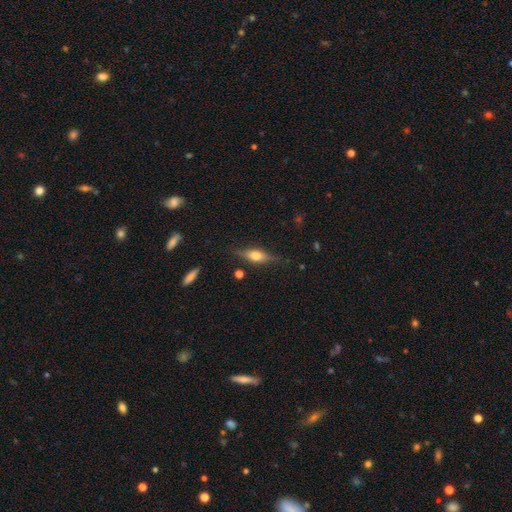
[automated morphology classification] A featured or disk galaxy (48%).

Vote fractions:
- Smooth or featured? featured or disk: 48% / smooth: 45% / star or artifact: 7%
- Merging? none: 78% / minor disturbance: 16% / major disturbance: 4% / merger: 2%